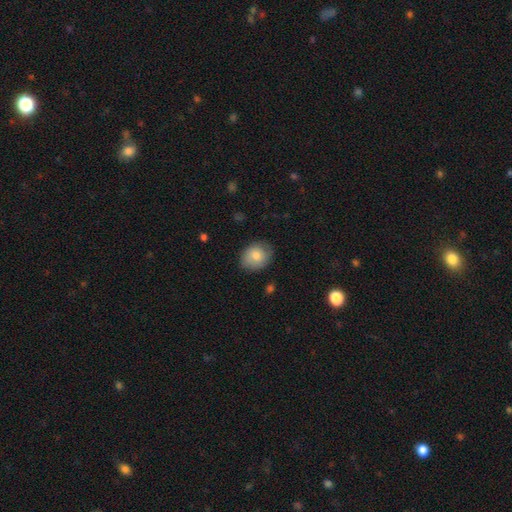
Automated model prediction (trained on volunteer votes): Morphology: type=smooth (80%); roundness=round (53%); merging=none (80%).